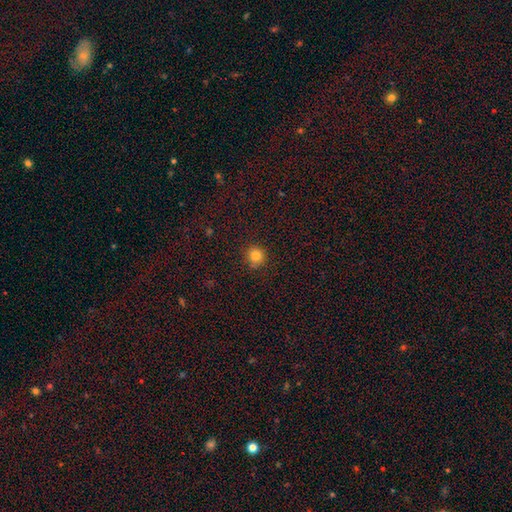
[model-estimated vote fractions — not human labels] Q: Smooth or featured?
A: smooth (82%); runner-up: star or artifact (13%)
Q: How rounded?
A: round (92%); runner-up: in between (7%)
Q: Merging?
A: none (88%); runner-up: minor disturbance (8%)